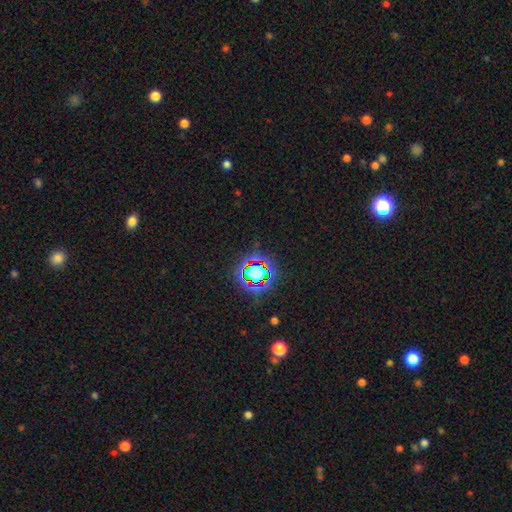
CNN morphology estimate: Smooth or featured?
  - star or artifact: 80% *
  - smooth: 12%
  - featured or disk: 8%